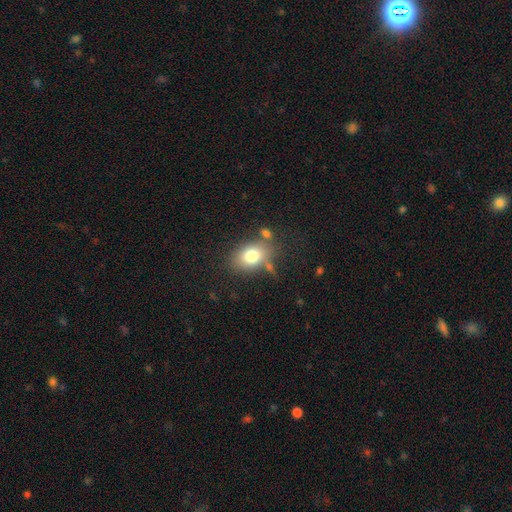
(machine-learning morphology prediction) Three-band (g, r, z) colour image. It shows a smooth galaxy with no disk features (76%) that is in between round and cigar-shaped (70%). Merging: none (69%).